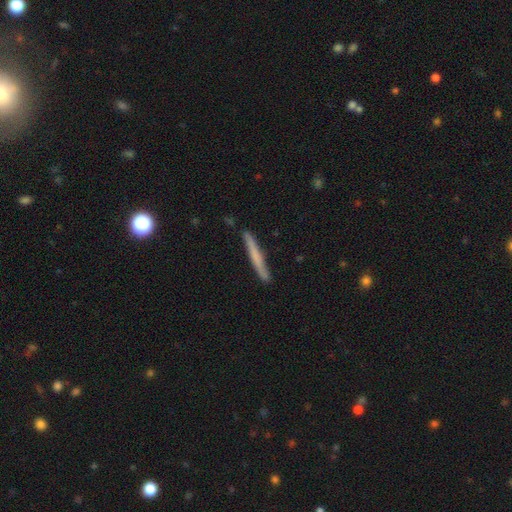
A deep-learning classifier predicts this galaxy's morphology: type=smooth (54%); roundness=cigar-shaped (96%); merging=none (87%).